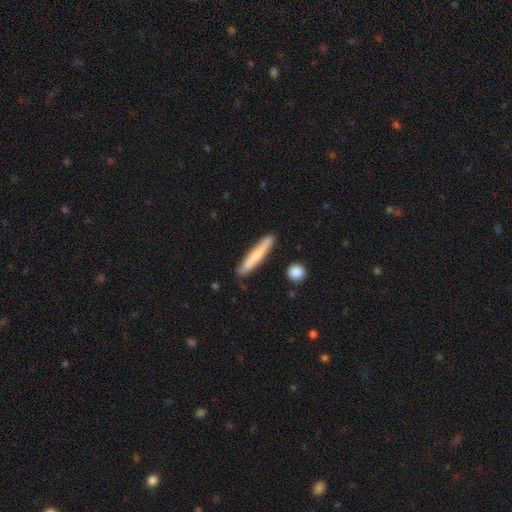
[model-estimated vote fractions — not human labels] smooth 68%, featured or disk 26%, star or artifact 6%. Down the decision tree: how rounded — cigar-shaped (93%); merging — none (83%).